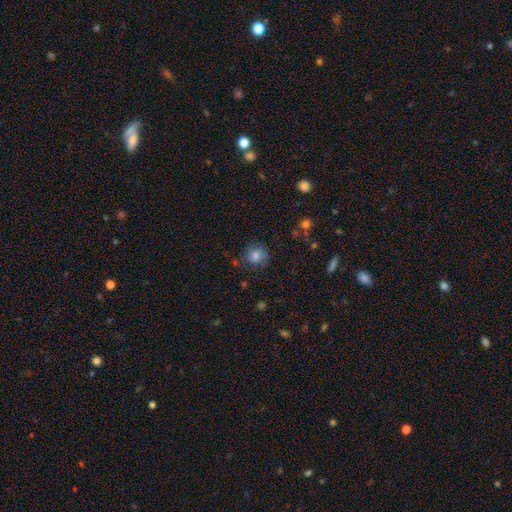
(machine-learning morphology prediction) Q: Smooth or featured?
A: smooth (74%); runner-up: star or artifact (14%)
Q: How rounded?
A: round (81%); runner-up: in between (18%)
Q: Merging?
A: none (75%); runner-up: minor disturbance (16%)